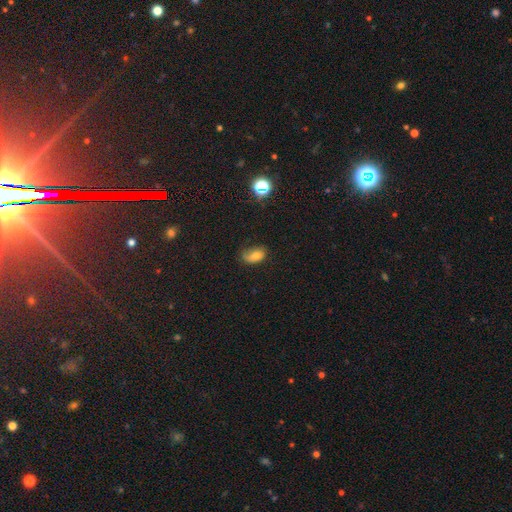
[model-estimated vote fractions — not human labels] A smooth galaxy with no disk features (66%) that is in between round and cigar-shaped (88%). Merging: none (47%).